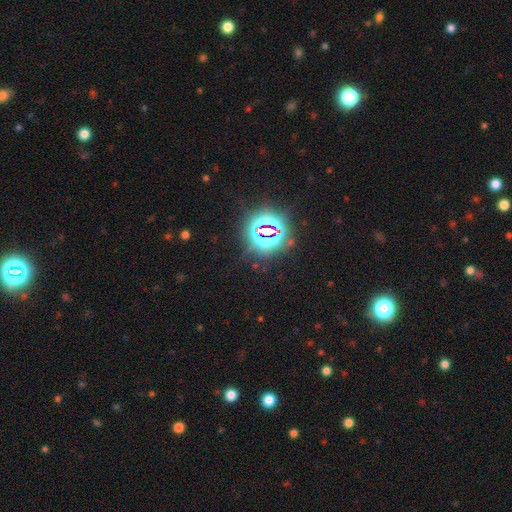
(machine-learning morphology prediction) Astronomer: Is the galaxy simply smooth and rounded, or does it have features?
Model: star or artifact — 82%.